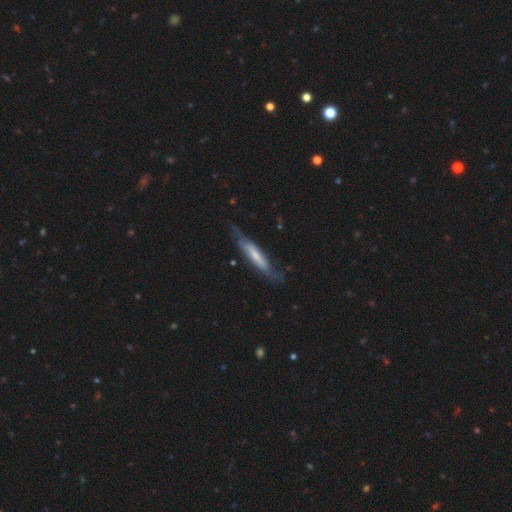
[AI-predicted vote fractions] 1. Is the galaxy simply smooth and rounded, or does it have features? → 61% featured or disk, 34% smooth, 5% star or artifact.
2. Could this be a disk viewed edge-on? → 52% yes, 48% no.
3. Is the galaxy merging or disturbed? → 60% none, 26% minor disturbance, 12% major disturbance, 2% merger.